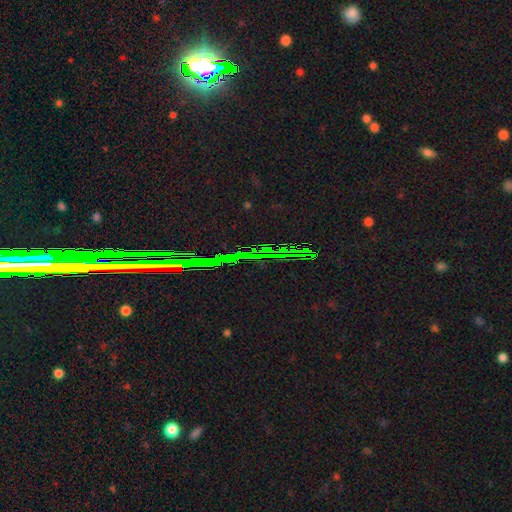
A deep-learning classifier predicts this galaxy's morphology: The model was most divided on "smooth or featured": star or artifact: 83%, featured or disk: 9%, smooth: 8%.